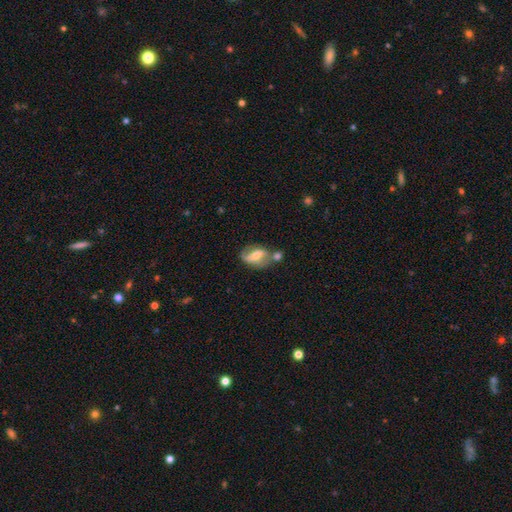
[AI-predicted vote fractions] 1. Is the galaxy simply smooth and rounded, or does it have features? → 57% featured or disk, 36% smooth, 7% star or artifact.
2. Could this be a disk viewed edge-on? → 92% no, 8% yes.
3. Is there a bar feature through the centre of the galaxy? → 42% strong, 34% weak, 24% no.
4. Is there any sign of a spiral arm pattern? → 65% yes, 35% no.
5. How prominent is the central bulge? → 58% moderate, 34% small, 5% large, 2% none, 1% dominant.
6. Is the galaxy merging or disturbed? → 47% none, 25% merger, 19% minor disturbance, 9% major disturbance.